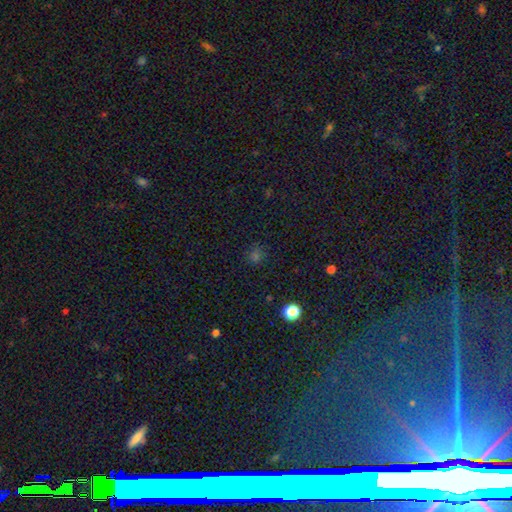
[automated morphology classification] This is likely a smooth galaxy (63%). How rounded: clearly round (88%). Merging: clearly none (86%).